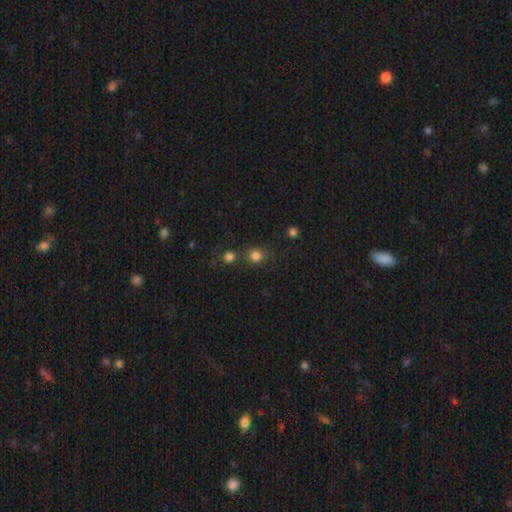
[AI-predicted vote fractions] This appears to be a smooth galaxy with no disk features (78%) that is round (78%). Merging: none (60%).